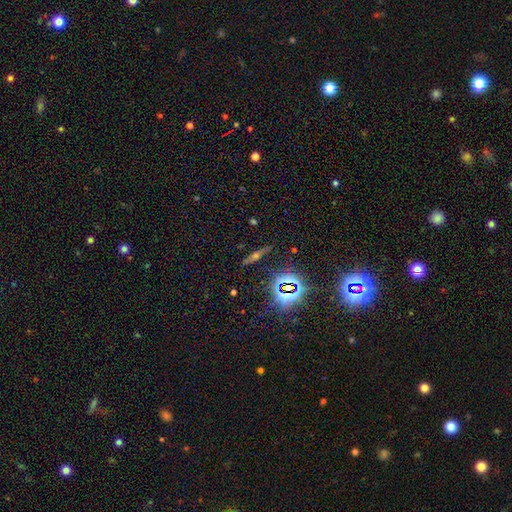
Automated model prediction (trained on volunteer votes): A featured or disk galaxy (47%).

Vote fractions:
- Smooth or featured? featured or disk: 47% / star or artifact: 34% / smooth: 19%
- Merging? none: 87% / minor disturbance: 8% / major disturbance: 2% / merger: 2%